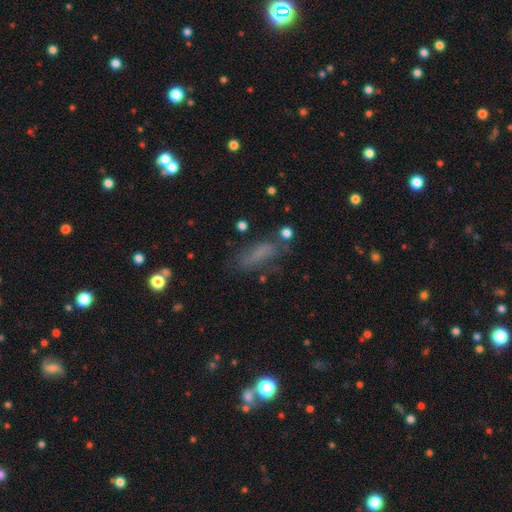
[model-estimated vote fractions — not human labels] The model was most divided on "how rounded": cigar-shaped: 51%, in between: 45%, round: 4%. More confident: merging — none (62%); smooth or featured — smooth (60%).